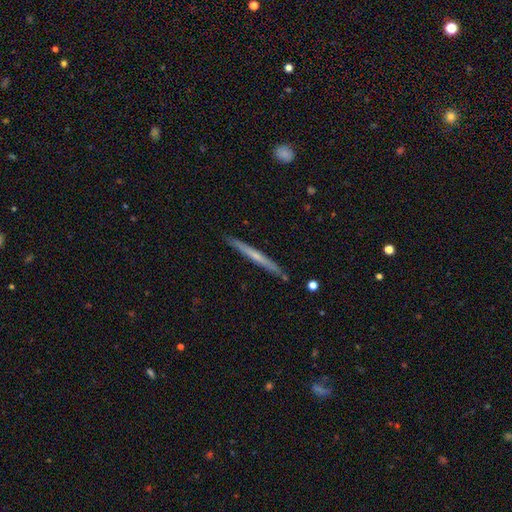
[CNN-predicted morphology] type=featured or disk (58%); edge-on=yes (97%); edge-on bulge=none (59%); merging=none (90%).